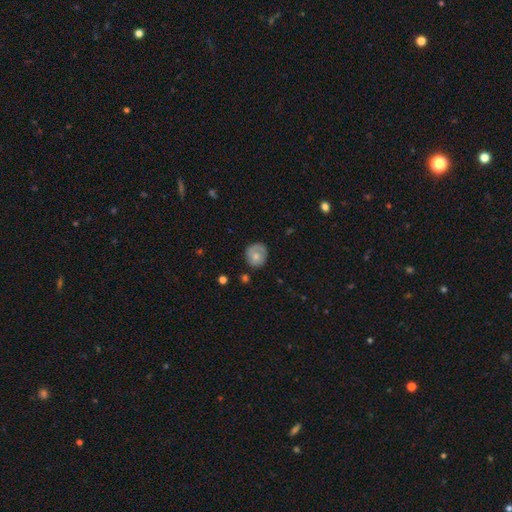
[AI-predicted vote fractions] The model was most divided on "smooth or featured": smooth: 63%, featured or disk: 29%, star or artifact: 7%. More confident: how rounded — round (79%); merging — none (66%).